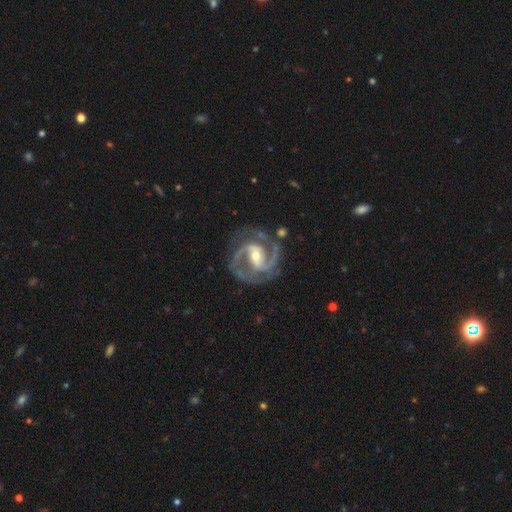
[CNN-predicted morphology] smooth_or_featured: featured or disk (p=0.93) [alt: star or artifact p=0.05]
disk_edge_on: no (p=0.98) [alt: yes p=0.02]
bar: strong (p=0.39) [tied with: weak p=0.39]
has_spiral_arms: yes (p=0.99) [alt: no p=0.01]
spiral_winding: medium (p=0.57) [alt: tight p=0.35]
spiral_arm_count: 2 (p=0.86) [alt: 3 p=0.07]
bulge_size: moderate (p=0.49) [alt: small p=0.47]
merging: none (p=0.76) [alt: minor disturbance p=0.16]